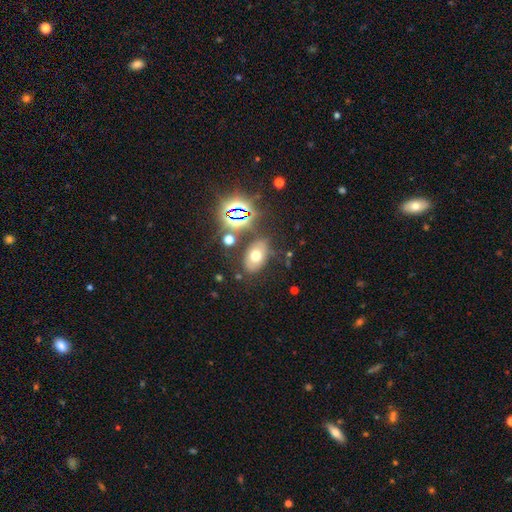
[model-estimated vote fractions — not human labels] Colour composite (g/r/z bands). It shows a smooth galaxy with no disk features (57%) that is in between round and cigar-shaped (86%). Merging: none (75%).